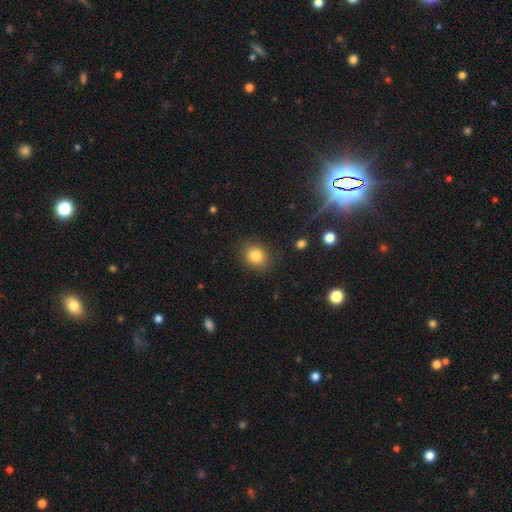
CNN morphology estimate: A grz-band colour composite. It shows a smooth galaxy with no disk features (82%) that is round (68%). Merging: none (87%).